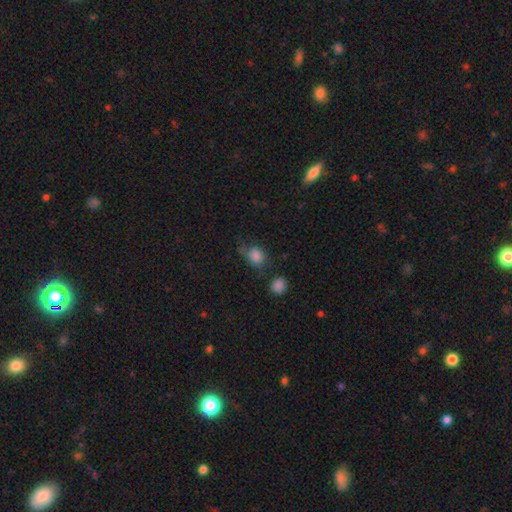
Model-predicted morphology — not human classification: type=smooth (78%); roundness=round (53%); merging=none (42%).